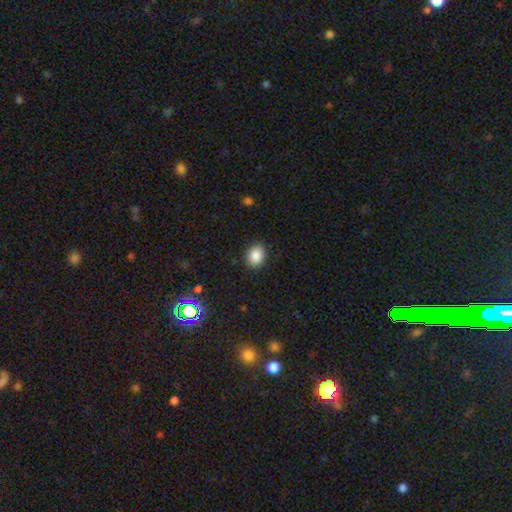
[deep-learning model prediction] smooth_or_featured: smooth (p=0.87) [alt: star or artifact p=0.09]
how_rounded: in between (p=0.57) [alt: round p=0.43]
merging: none (p=0.87) [alt: minor disturbance p=0.09]